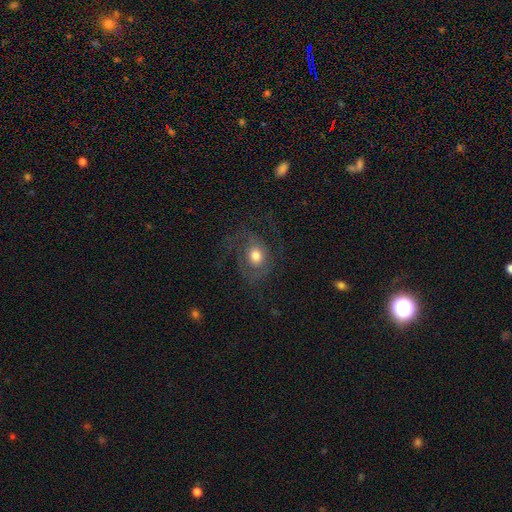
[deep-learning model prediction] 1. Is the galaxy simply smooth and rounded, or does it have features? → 47% featured or disk, 43% smooth, 10% star or artifact.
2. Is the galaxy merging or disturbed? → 52% none, 27% major disturbance, 19% minor disturbance, 2% merger.